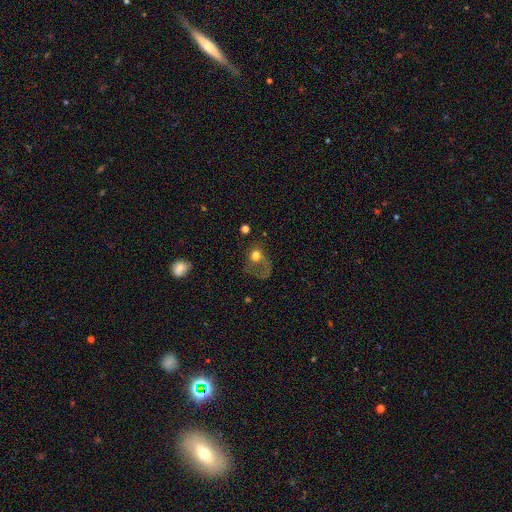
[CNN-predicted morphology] type=smooth (55%); roundness=round (62%); merging=major disturbance (58%).